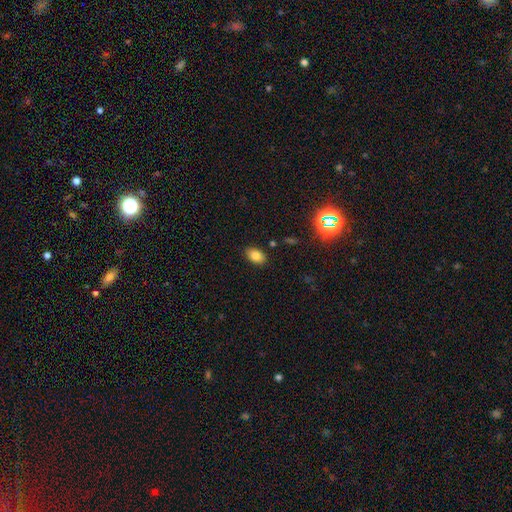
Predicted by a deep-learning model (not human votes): This appears to be a smooth galaxy with no disk features (81%) that is in between round and cigar-shaped (86%). Merging: none (86%).